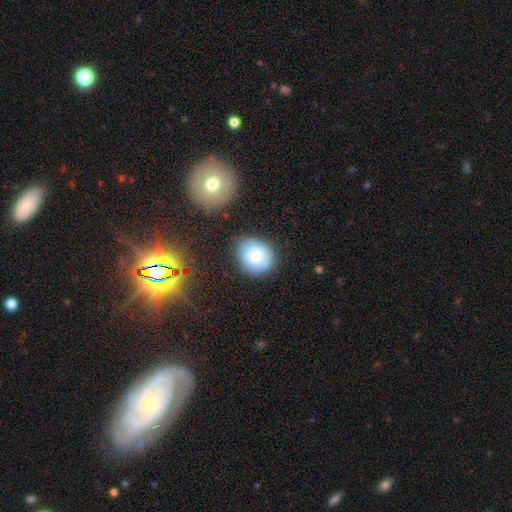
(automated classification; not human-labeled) smooth_or_featured: smooth (p=0.67) [alt: featured or disk p=0.24]
how_rounded: round (p=0.71) [alt: in between p=0.28]
merging: none (p=0.74) [alt: minor disturbance p=0.18]